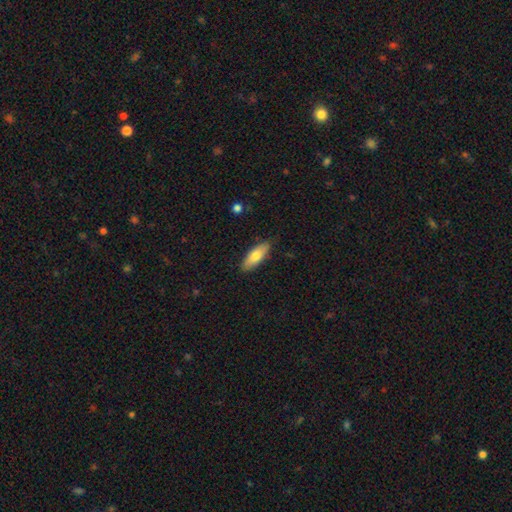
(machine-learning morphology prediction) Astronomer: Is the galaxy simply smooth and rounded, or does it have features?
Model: smooth — 75%.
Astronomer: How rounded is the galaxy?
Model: in between — 67%.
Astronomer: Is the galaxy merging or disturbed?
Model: none — 87%.